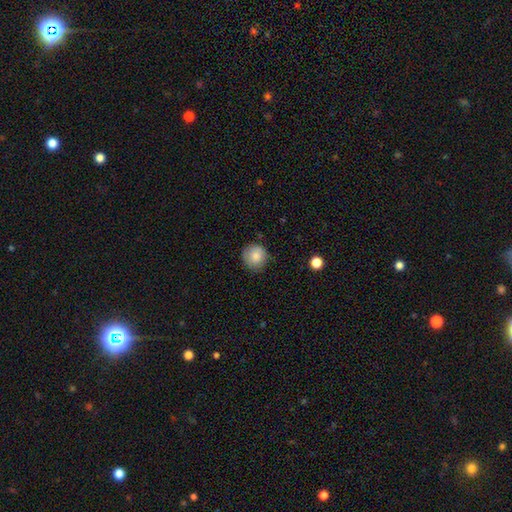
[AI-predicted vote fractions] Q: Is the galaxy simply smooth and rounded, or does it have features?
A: smooth — 83%.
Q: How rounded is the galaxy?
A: round — 92%.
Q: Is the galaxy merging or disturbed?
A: none — 80%.